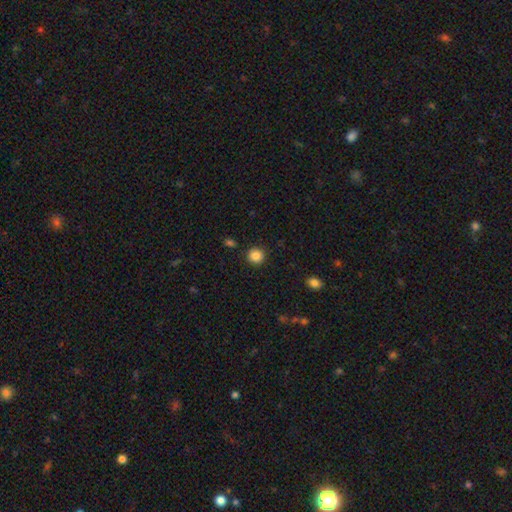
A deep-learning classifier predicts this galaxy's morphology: Smooth or featured: smooth — 86% (star or artifact — 10%)
How rounded: round — 93% (in between — 6%)
Merging: none — 91% (minor disturbance — 5%)